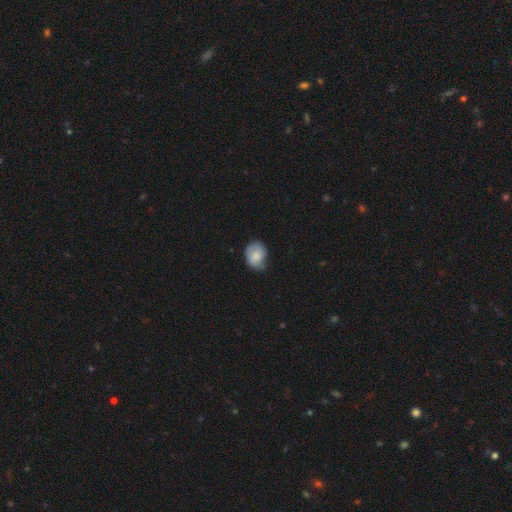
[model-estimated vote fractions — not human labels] A smooth galaxy with no disk features (78%) that is in between round and cigar-shaped (52%).

Vote fractions:
- Smooth or featured? smooth: 78% / featured or disk: 15% / star or artifact: 7%
- How rounded? in between: 52% / round: 47% / cigar-shaped: 1%
- Merging? none: 56% / minor disturbance: 36% / major disturbance: 7% / merger: 2%